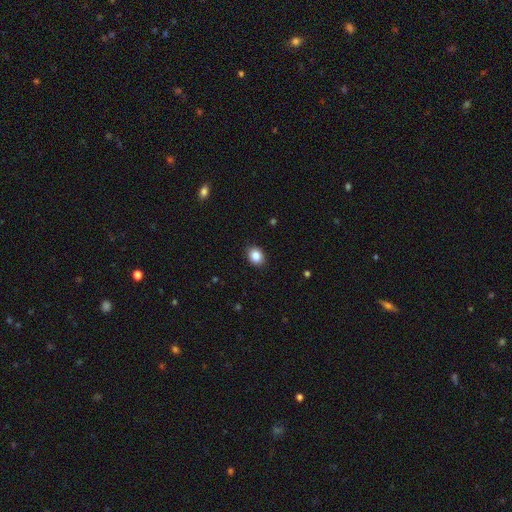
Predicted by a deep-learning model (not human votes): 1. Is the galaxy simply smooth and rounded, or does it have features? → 86% smooth, 9% star or artifact, 5% featured or disk.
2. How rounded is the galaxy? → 51% in between, 48% round, 1% cigar-shaped.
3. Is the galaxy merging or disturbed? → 89% none, 8% minor disturbance, 2% major disturbance, 1% merger.